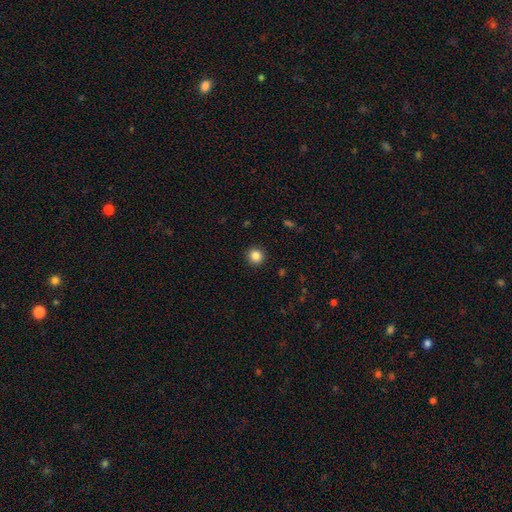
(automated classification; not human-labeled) smooth-or-featured: smooth: 86% | star or artifact: 11% | featured or disk: 4%
  how-rounded: round: 95% | in between: 4% | cigar-shaped: 1%
  merging: none: 93% | minor disturbance: 5% | major disturbance: 2% | merger: 1%